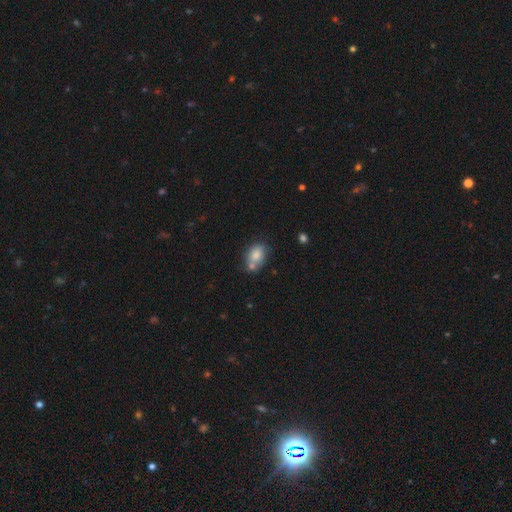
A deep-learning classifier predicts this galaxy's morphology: Overall: smooth (79%). How rounded: in between (73%). Merging: none (47%; merger 27%).